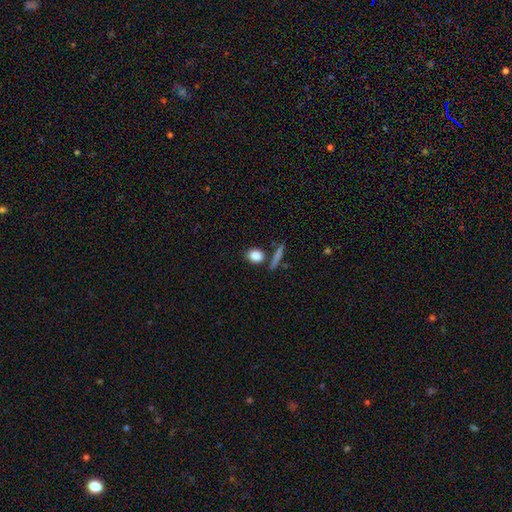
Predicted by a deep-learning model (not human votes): A smooth galaxy with no disk features (85%) that is in between round and cigar-shaped (51%).

Vote fractions:
- Smooth or featured? smooth: 85% / star or artifact: 8% / featured or disk: 7%
- How rounded? in between: 51% / round: 43% / cigar-shaped: 6%
- Merging? none: 76% / merger: 10% / minor disturbance: 10% / major disturbance: 3%